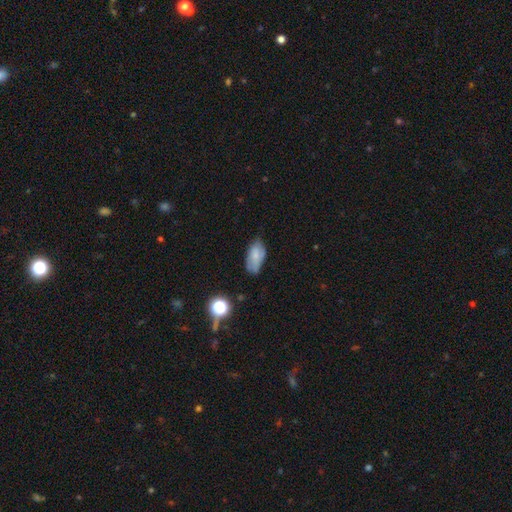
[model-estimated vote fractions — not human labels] Smooth or featured? smooth (72%)
How rounded? in between (93%)
Merging? none (59%)